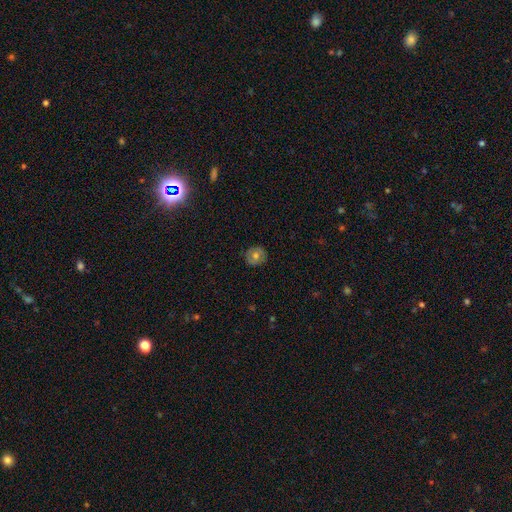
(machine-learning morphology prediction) A smooth galaxy with no disk features (60%) that is round (87%).

Vote fractions:
- Smooth or featured? smooth: 60% / featured or disk: 31% / star or artifact: 9%
- How rounded? round: 87% / in between: 12% / cigar-shaped: 1%
- Merging? none: 86% / minor disturbance: 11% / major disturbance: 3% / merger: 1%